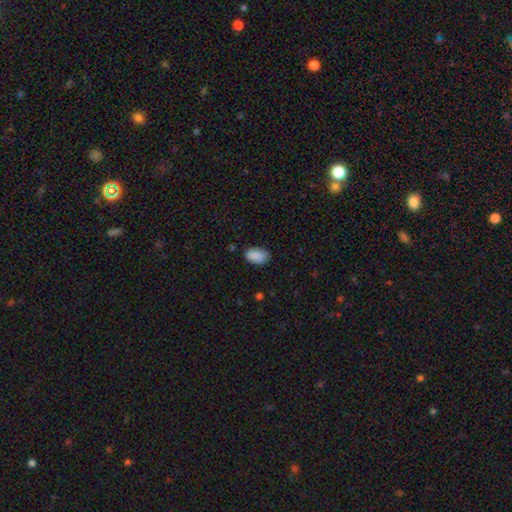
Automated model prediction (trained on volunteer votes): Smooth or featured? smooth (89%)
How rounded? in between (93%)
Merging? none (79%)